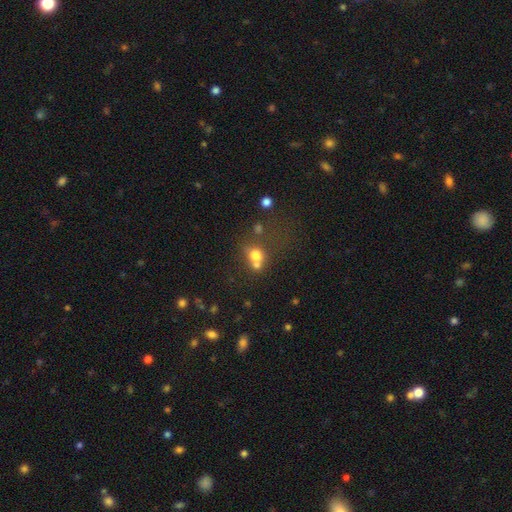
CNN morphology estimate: A smooth galaxy with no disk features (69%) that is round (67%). Merging: merger (49%).